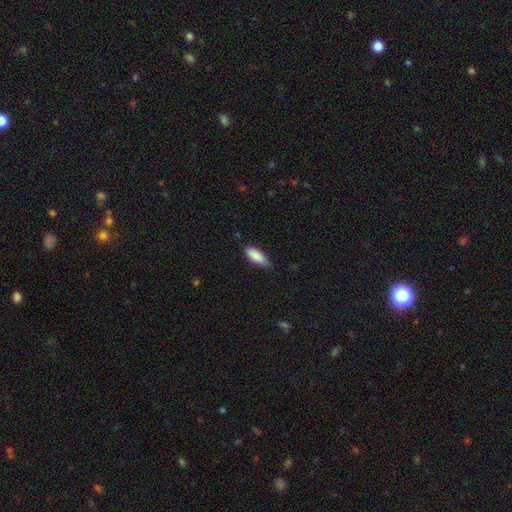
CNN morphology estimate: A smooth galaxy with no disk features (88%) that is in between round and cigar-shaped (73%).

Vote fractions:
- Smooth or featured? smooth: 88% / featured or disk: 6% / star or artifact: 6%
- How rounded? in between: 73% / cigar-shaped: 25% / round: 2%
- Merging? none: 67% / minor disturbance: 28% / major disturbance: 4% / merger: 1%